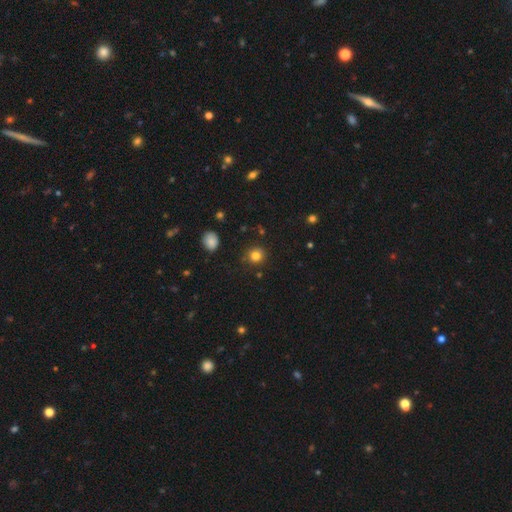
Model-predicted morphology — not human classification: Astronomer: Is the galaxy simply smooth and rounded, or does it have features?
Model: smooth — 81%.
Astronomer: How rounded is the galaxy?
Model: round — 90%.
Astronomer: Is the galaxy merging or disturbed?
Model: none — 87%.